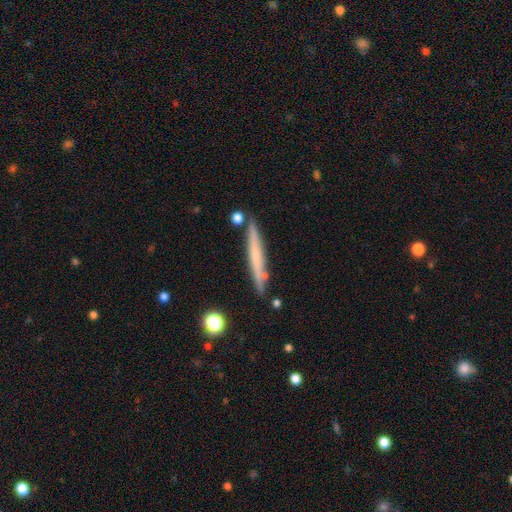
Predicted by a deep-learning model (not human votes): Smooth or featured?
  - smooth: 53% *
  - featured or disk: 41%
  - star or artifact: 7%
How rounded?
  - cigar-shaped: 96% *
  - in between: 3%
  - round: 1%
Merging?
  - none: 83% *
  - minor disturbance: 11%
  - merger: 4%
  - major disturbance: 2%